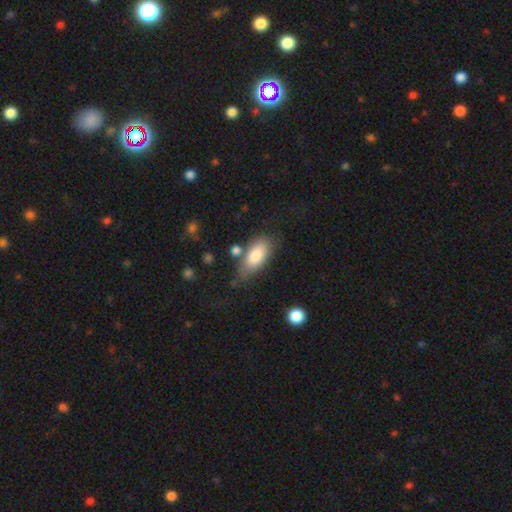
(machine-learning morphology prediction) Smooth or featured: smooth — 80% (featured or disk — 14%)
How rounded: in between — 87% (cigar-shaped — 10%)
Merging: none — 58% (minor disturbance — 24%)